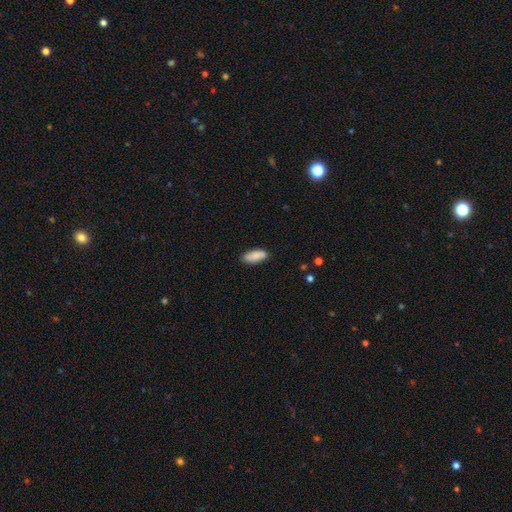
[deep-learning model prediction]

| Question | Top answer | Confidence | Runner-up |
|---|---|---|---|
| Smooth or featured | smooth | 85% | featured or disk (9%) |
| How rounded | in between | 83% | cigar-shaped (15%) |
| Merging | none | 81% | minor disturbance (14%) |